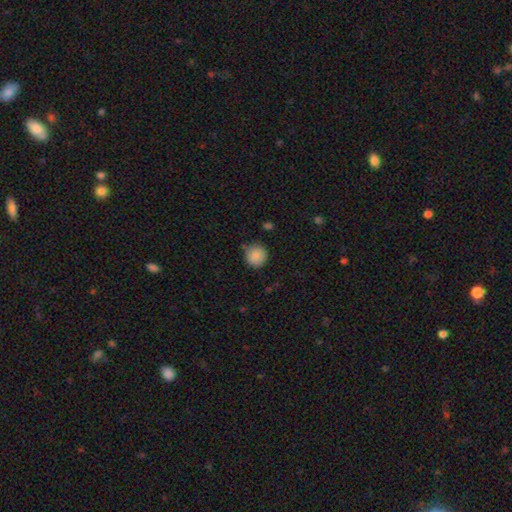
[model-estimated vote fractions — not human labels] The model was most divided on "merging": none: 81%, minor disturbance: 13%, major disturbance: 3%, merger: 3%. More confident: how rounded — round (91%); smooth or featured — smooth (88%).